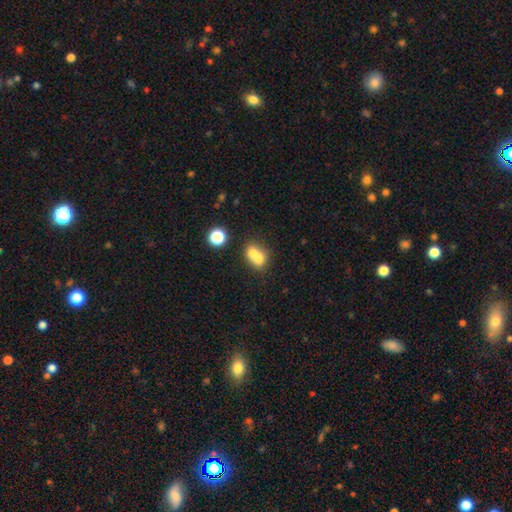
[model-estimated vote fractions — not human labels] This appears to be a smooth galaxy with no disk features (68%) that is in between round and cigar-shaped (51%). Merging: merger (58%).